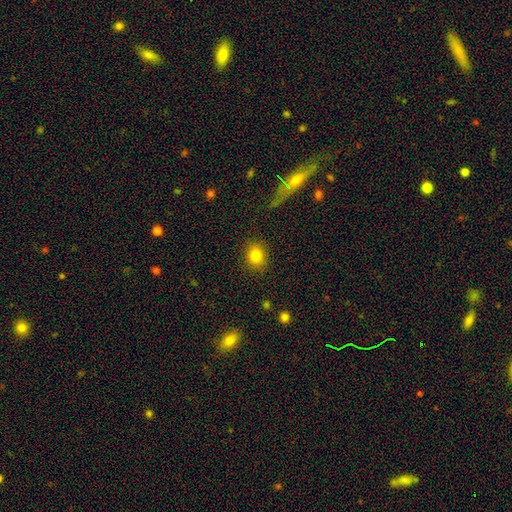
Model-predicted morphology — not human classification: Smooth or featured? smooth (82%)
How rounded? round (70%)
Merging? none (88%)